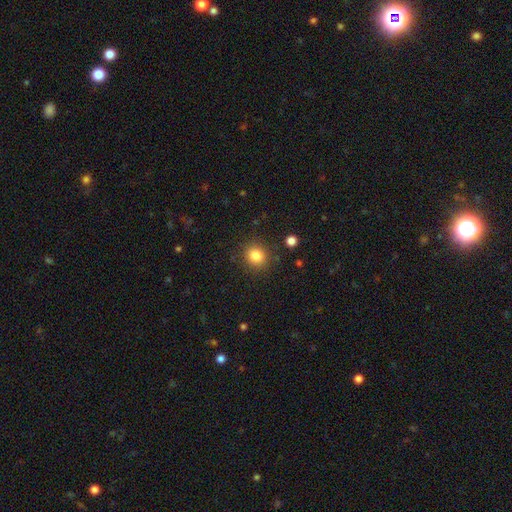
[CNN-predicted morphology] Overall: smooth (83%). How rounded: round (85%). Merging: none (88%).